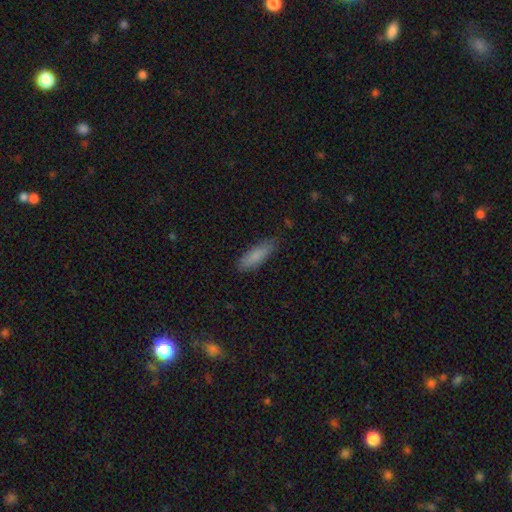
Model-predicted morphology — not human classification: Overall: smooth (84%). How rounded: in between (53%; cigar-shaped 46%). Merging: none (79%).